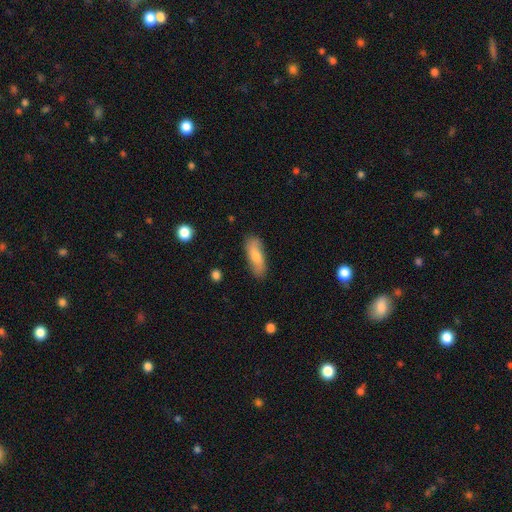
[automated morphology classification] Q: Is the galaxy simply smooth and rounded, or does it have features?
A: smooth — 65%.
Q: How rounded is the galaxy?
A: in between — 59%.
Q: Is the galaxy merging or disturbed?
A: none — 82%.